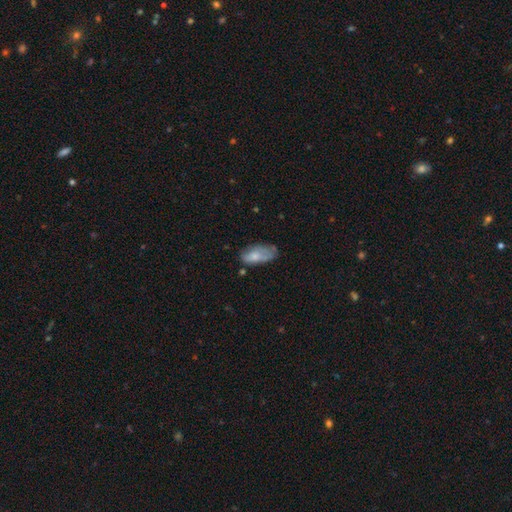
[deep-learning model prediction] A smooth galaxy with no disk features (70%) that is in between round and cigar-shaped (88%). Merging: none (42%).